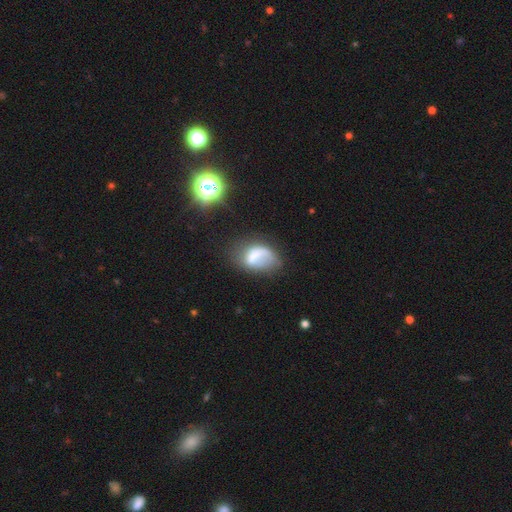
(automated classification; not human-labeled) smooth_or_featured: smooth (p=0.53) [alt: featured or disk p=0.36]
how_rounded: in between (p=0.81) [alt: round p=0.17]
merging: major disturbance (p=0.34) [alt: none p=0.32]